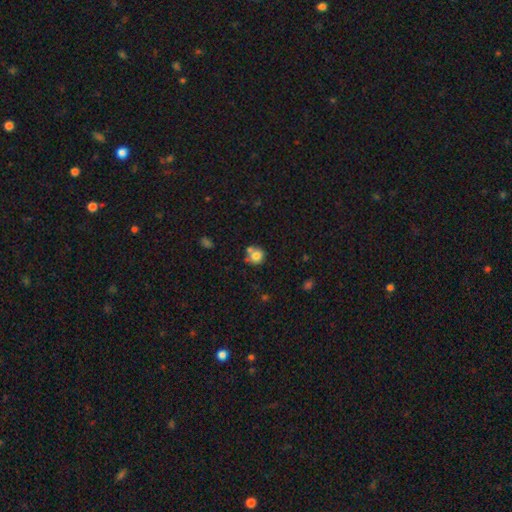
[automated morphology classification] Q: Smooth or featured?
A: smooth (77%); runner-up: featured or disk (12%)
Q: How rounded?
A: round (80%); runner-up: in between (19%)
Q: Merging?
A: none (51%); runner-up: merger (30%)